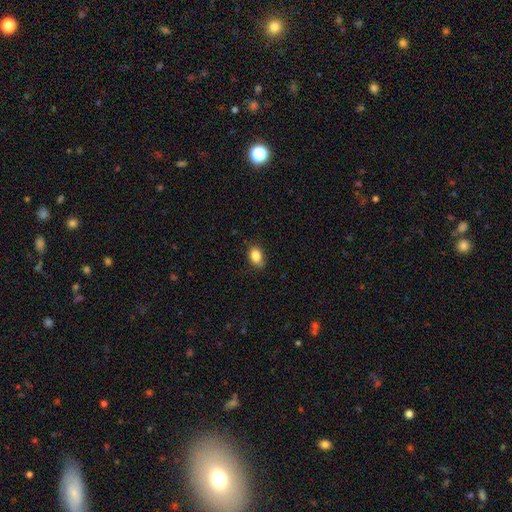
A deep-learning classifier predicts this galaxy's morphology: smooth_or_featured: smooth (p=0.85) [alt: star or artifact p=0.09]
how_rounded: in between (p=0.74) [alt: round p=0.24]
merging: none (p=0.71) [alt: minor disturbance p=0.23]